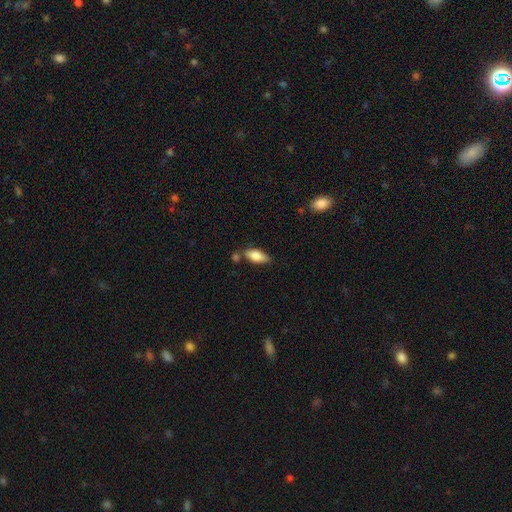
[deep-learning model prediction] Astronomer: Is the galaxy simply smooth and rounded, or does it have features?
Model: smooth — 78%.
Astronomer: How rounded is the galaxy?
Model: in between — 83%.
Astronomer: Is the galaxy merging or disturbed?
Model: none — 67%.